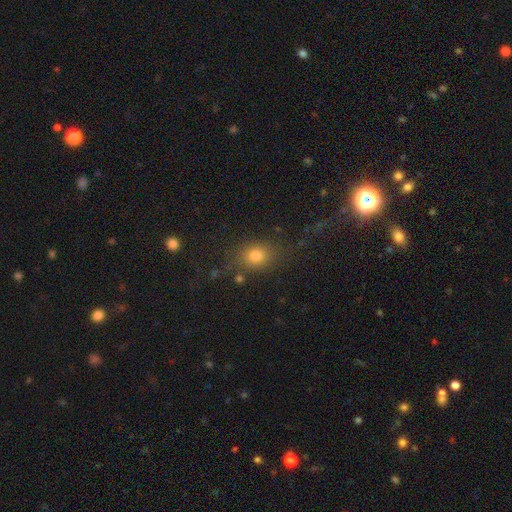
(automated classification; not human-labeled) A smooth galaxy with no disk features (76%) that is round (55%). Merging: none (73%).